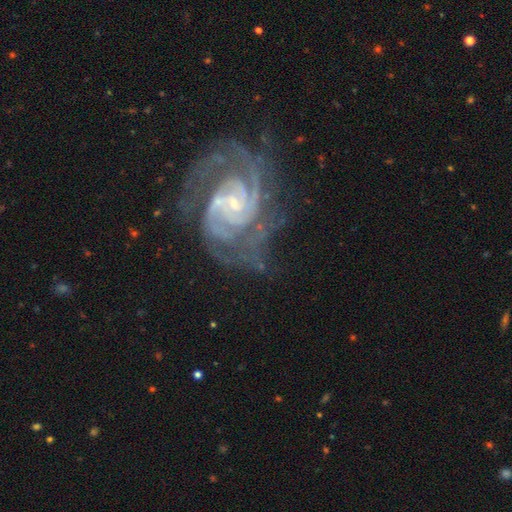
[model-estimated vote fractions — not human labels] A featured or disk galaxy (90%) with a weak bar (46%), 2 (53%) tight (57%) spiral arms (98%) and a small central bulge (72%).

Vote fractions:
- Smooth or featured? featured or disk: 90% / star or artifact: 6% / smooth: 4%
- Edge-on disk? no: 98% / yes: 2%
- Bar? weak: 46% / no: 39% / strong: 15%
- Spiral arms? yes: 98% / no: 2%
- Spiral winding? tight: 57% / medium: 37% / loose: 6%
- Spiral arm count? 2: 53% / 3: 17% / can't tell: 12% / 4: 7% / more than 4: 6% / 1: 6%
- Bulge size? small: 72% / moderate: 18% / none: 8% / large: 2% / dominant: 1%
- Merging? none: 59% / minor disturbance: 21% / major disturbance: 15% / merger: 5%